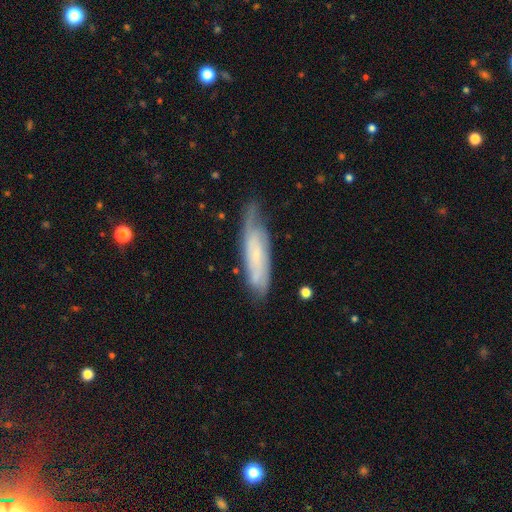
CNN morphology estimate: Smooth or featured?
  - featured or disk: 64% *
  - smooth: 29%
  - star or artifact: 7%
Edge-on disk?
  - no: 72% *
  - yes: 28%
Merging?
  - none: 66% *
  - minor disturbance: 25%
  - major disturbance: 7%
  - merger: 2%